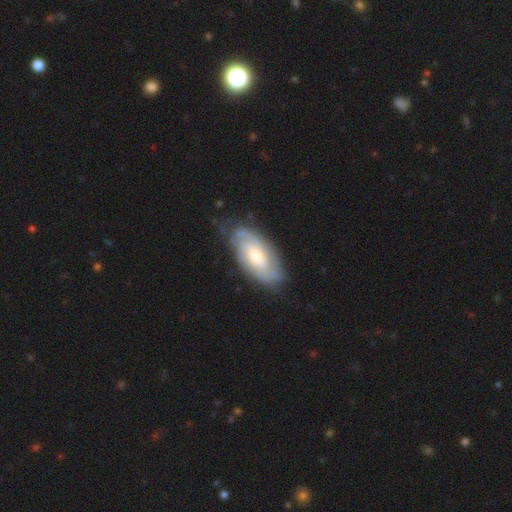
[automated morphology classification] This is likely a featured or disk galaxy (62%). It is clearly not viewed edge-on (91%). Bar: possibly no (57%). Spiral arm pattern: clearly yes (85%). Central bulge: possibly moderate (50%). Merging: likely none (70%).